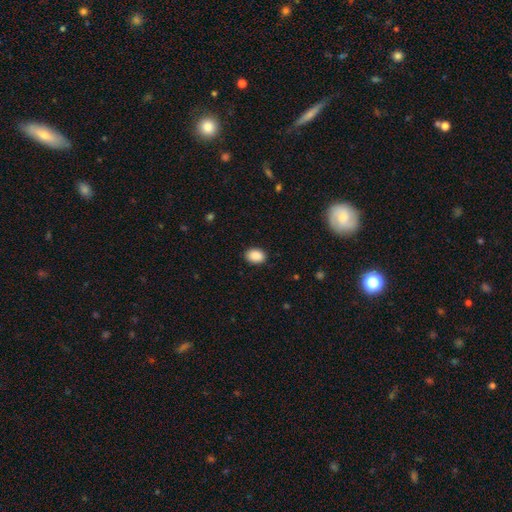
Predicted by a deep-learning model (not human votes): Smooth or featured: smooth — 90% (star or artifact — 8%)
How rounded: in between — 75% (round — 24%)
Merging: none — 88% (minor disturbance — 9%)